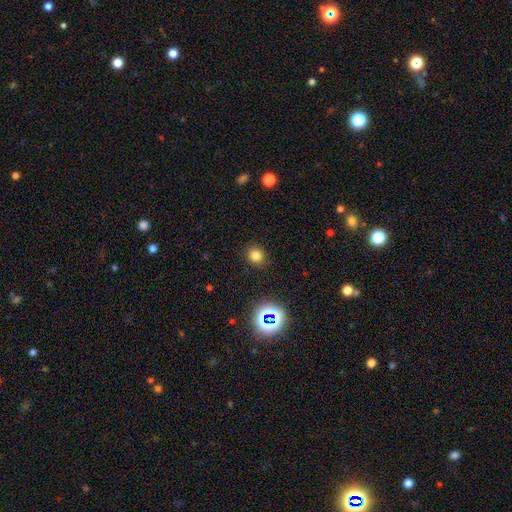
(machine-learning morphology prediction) type=smooth (76%); roundness=round (81%); merging=none (89%).